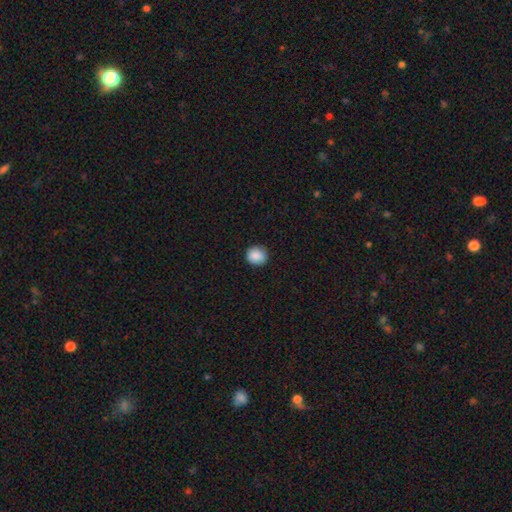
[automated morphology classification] A smooth galaxy with no disk features (89%) that is round (88%). Merging: none (90%).